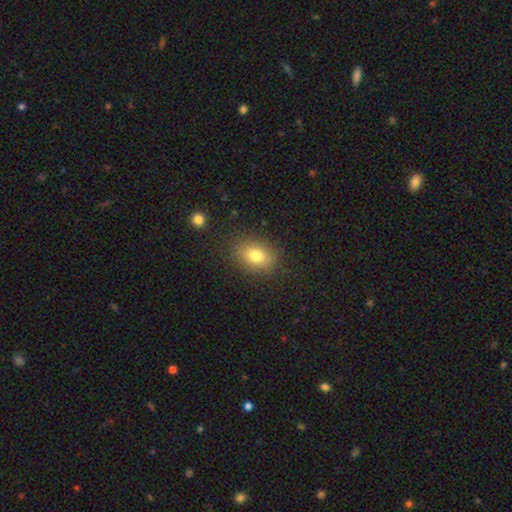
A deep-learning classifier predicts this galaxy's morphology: Smooth or featured: smooth — 80% (featured or disk — 10%)
How rounded: in between — 77% (round — 22%)
Merging: none — 85% (minor disturbance — 11%)